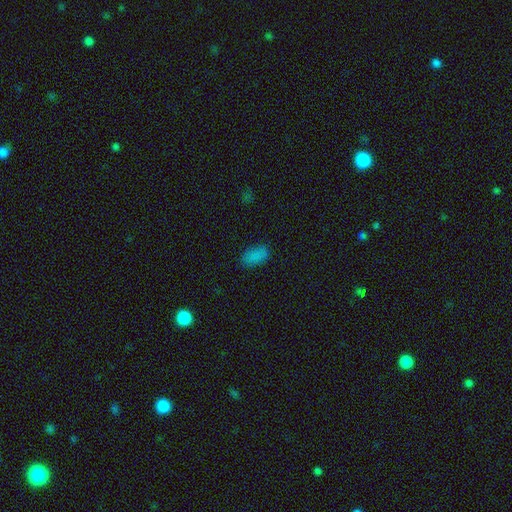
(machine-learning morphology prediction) Smooth or featured?
  - smooth: 83% *
  - star or artifact: 12%
  - featured or disk: 4%
How rounded?
  - in between: 94% *
  - round: 4%
  - cigar-shaped: 2%
Merging?
  - none: 84% *
  - minor disturbance: 12%
  - major disturbance: 3%
  - merger: 1%